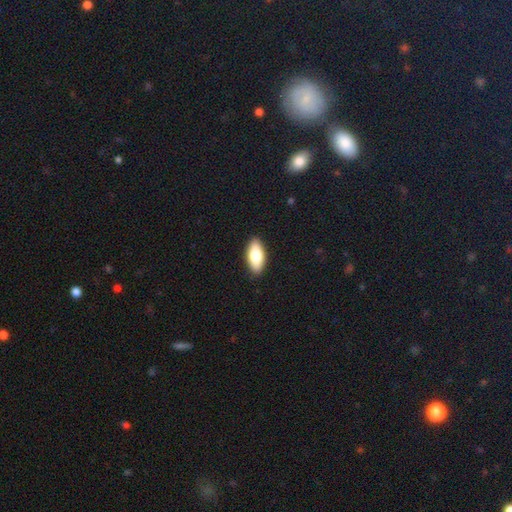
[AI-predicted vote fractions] Smooth or featured? Predicted: smooth (p=0.78). How rounded? Predicted: in between (p=0.86). Merging? Predicted: none (p=0.90).